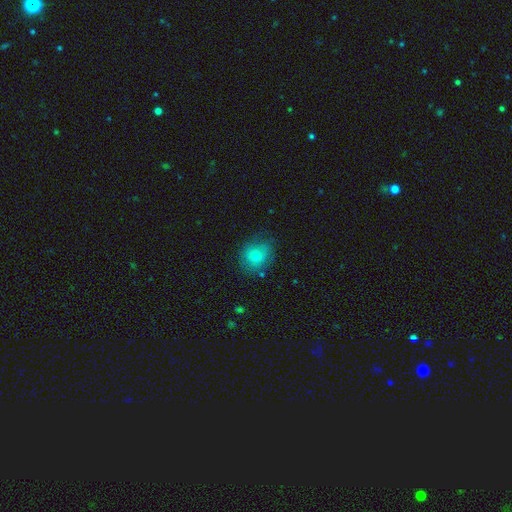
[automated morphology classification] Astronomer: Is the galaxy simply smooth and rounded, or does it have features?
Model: smooth — 74%.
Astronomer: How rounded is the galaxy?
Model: round — 71%.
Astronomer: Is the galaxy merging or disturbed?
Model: none — 71%.